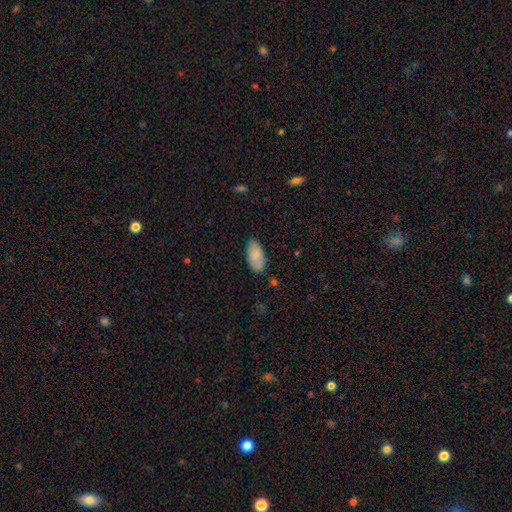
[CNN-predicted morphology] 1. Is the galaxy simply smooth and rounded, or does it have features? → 79% smooth, 15% featured or disk, 6% star or artifact.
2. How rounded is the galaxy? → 94% in between, 3% cigar-shaped, 3% round.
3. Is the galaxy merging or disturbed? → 80% none, 16% minor disturbance, 3% major disturbance, 1% merger.